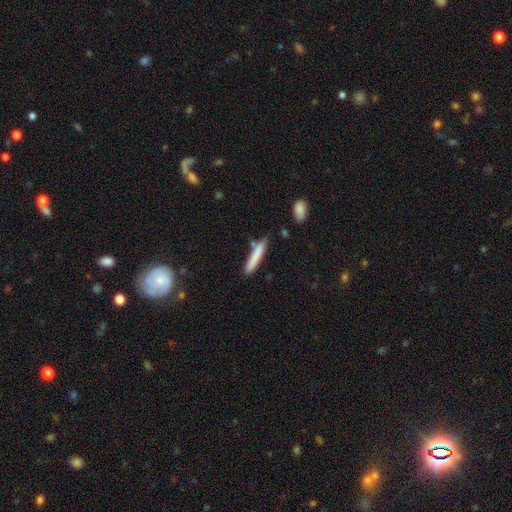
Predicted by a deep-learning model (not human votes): Morphology: type=smooth (79%); roundness=cigar-shaped (93%); merging=none (78%).